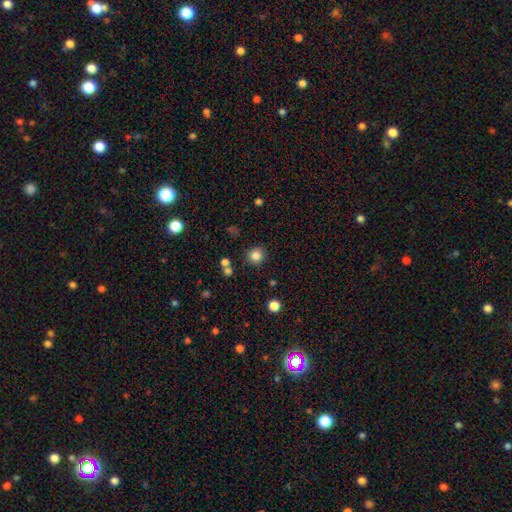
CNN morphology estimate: This is clearly a smooth galaxy (83%). How rounded: clearly round (93%). Merging: clearly none (88%).